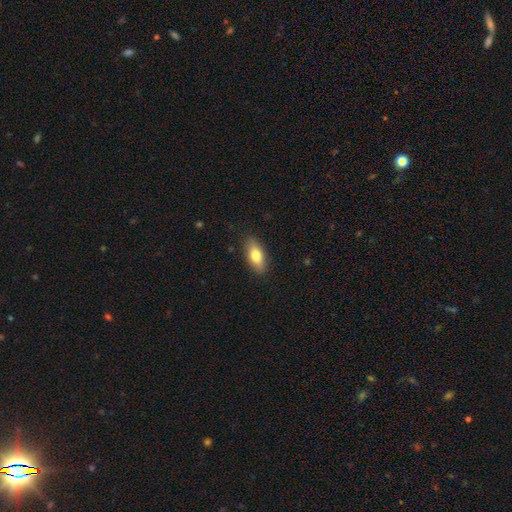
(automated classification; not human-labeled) smooth_or_featured: smooth (p=0.76) [alt: featured or disk p=0.18]
how_rounded: in between (p=0.80) [alt: cigar-shaped p=0.17]
merging: none (p=0.87) [alt: minor disturbance p=0.10]